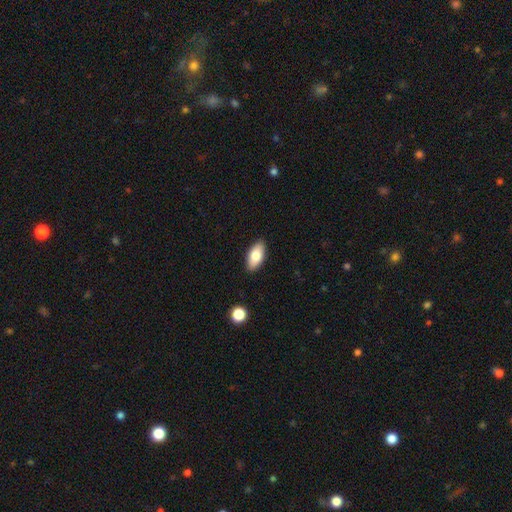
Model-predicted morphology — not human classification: Q: Smooth or featured?
A: smooth (82%); runner-up: featured or disk (12%)
Q: How rounded?
A: in between (91%); runner-up: cigar-shaped (7%)
Q: Merging?
A: none (89%); runner-up: minor disturbance (8%)